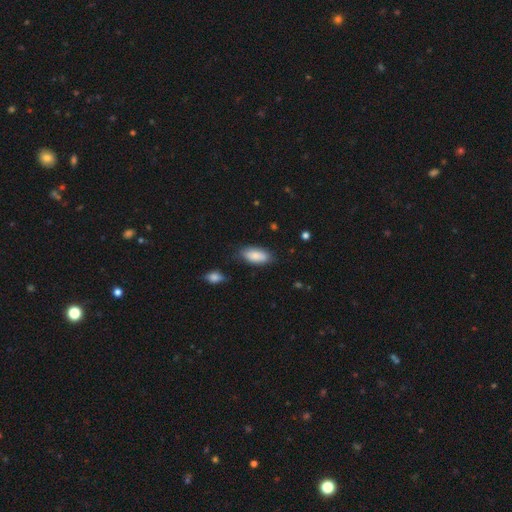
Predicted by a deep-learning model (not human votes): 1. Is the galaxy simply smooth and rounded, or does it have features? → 86% smooth, 7% featured or disk, 6% star or artifact.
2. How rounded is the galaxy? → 88% in between, 10% cigar-shaped, 2% round.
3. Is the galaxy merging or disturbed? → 80% none, 15% minor disturbance, 3% major disturbance, 2% merger.